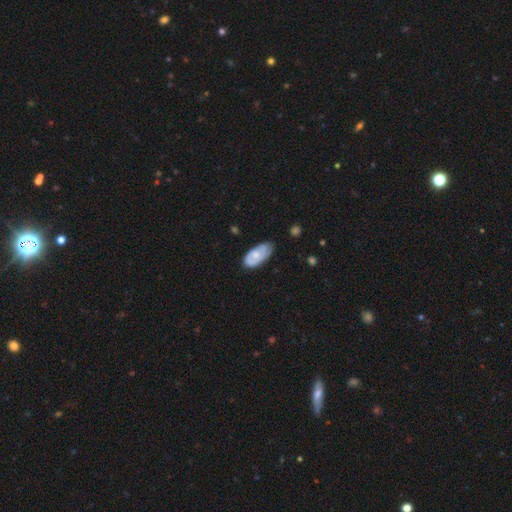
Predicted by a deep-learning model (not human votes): Smooth or featured? Predicted: smooth (p=0.60). How rounded? Predicted: in between (p=0.92). Merging? Predicted: none (p=0.59).